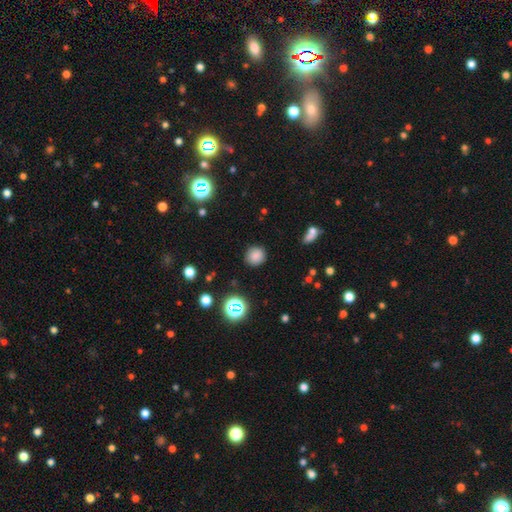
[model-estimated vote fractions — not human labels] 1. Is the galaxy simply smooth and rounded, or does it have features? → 80% smooth, 15% star or artifact, 5% featured or disk.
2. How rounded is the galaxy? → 90% round, 9% in between, 1% cigar-shaped.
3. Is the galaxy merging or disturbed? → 87% none, 8% minor disturbance, 3% major disturbance, 2% merger.